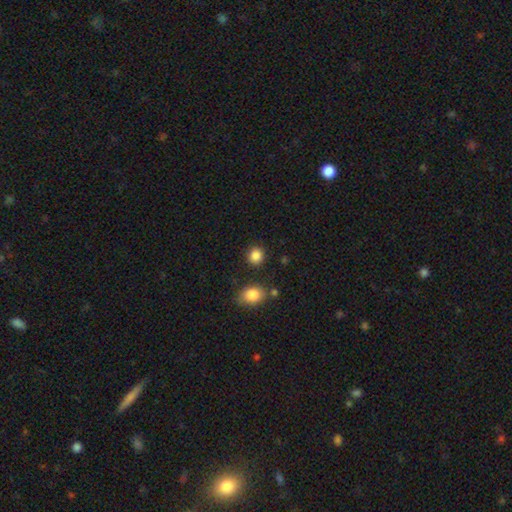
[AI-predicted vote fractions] A smooth galaxy with no disk features (87%) that is round (85%). Merging: none (85%).